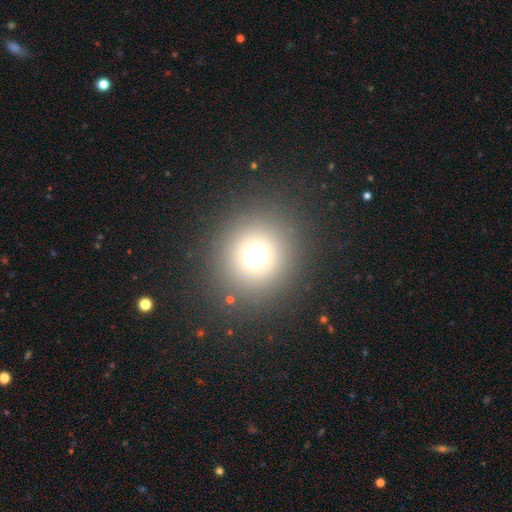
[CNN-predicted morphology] This appears to be a smooth galaxy with no disk features (64%) that is round (88%). Merging: none (85%).